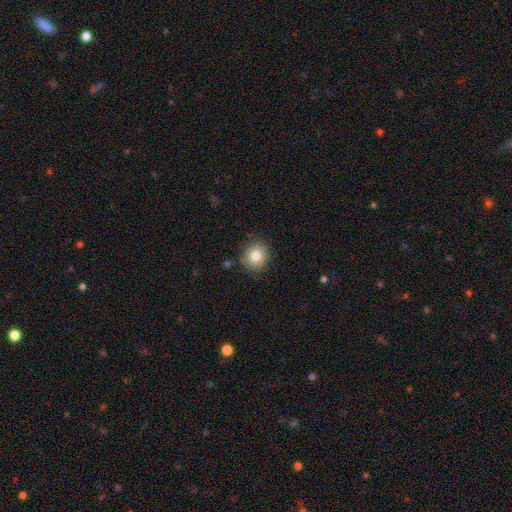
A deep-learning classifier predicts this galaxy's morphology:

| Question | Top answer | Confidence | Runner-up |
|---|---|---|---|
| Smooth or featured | smooth | 83% | star or artifact (9%) |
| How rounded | round | 85% | in between (14%) |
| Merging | none | 85% | minor disturbance (11%) |